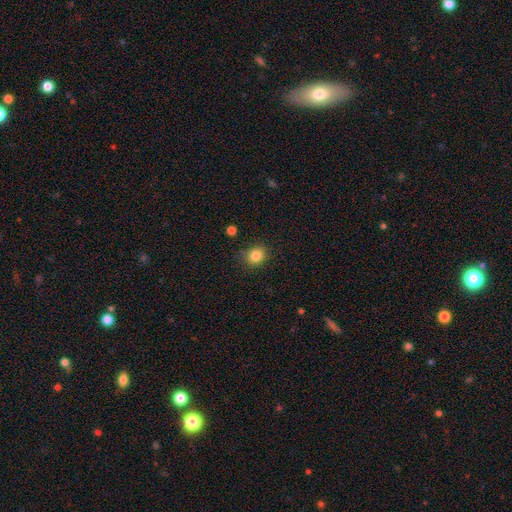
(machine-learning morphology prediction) smooth 84%, star or artifact 11%, featured or disk 5%. Down the decision tree: how rounded — round (72%); merging — none (82%).